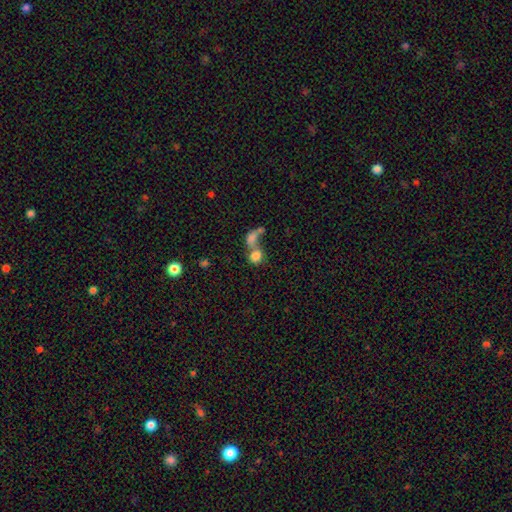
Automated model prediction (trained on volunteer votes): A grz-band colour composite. It shows a smooth galaxy with no disk features (76%) that is round (51%). Merging: merger (67%).